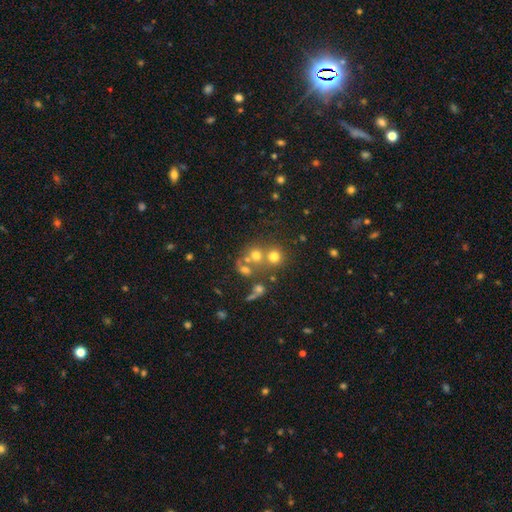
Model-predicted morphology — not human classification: This is likely a smooth galaxy (63%). How rounded: clearly round (81%). Merging: possibly none (46%).